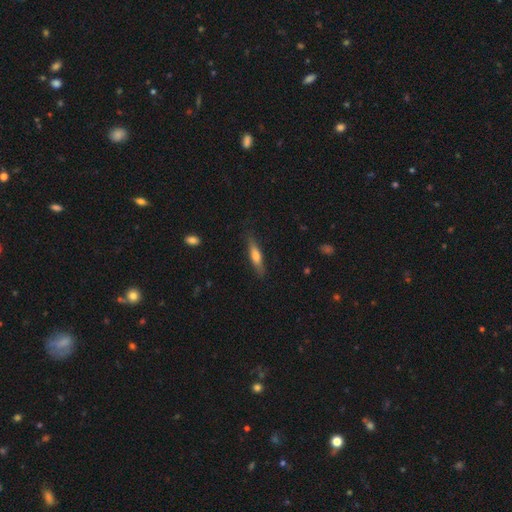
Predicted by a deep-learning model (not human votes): Q: Smooth or featured?
A: smooth (59%); runner-up: featured or disk (35%)
Q: How rounded?
A: cigar-shaped (78%); runner-up: in between (20%)
Q: Merging?
A: none (83%); runner-up: minor disturbance (13%)